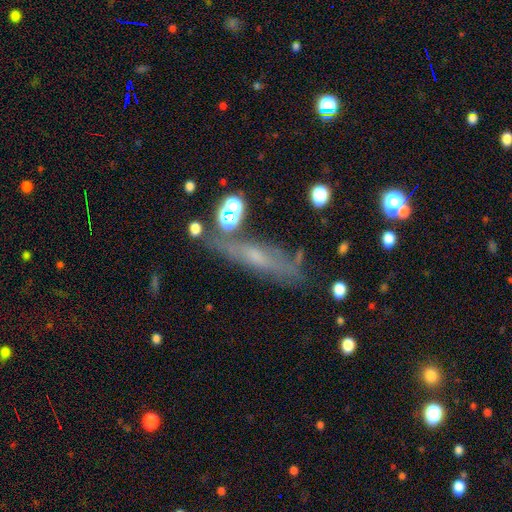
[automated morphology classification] Smooth or featured: featured or disk — 46% (smooth — 40%)
Merging: none — 59% (minor disturbance — 22%)